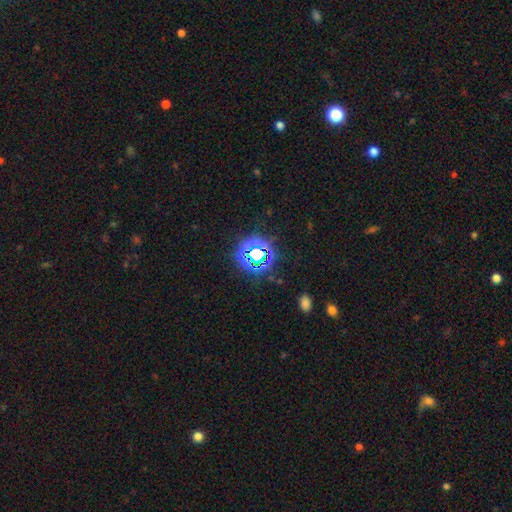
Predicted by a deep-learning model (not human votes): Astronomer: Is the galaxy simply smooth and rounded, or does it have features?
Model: star or artifact — 73%.